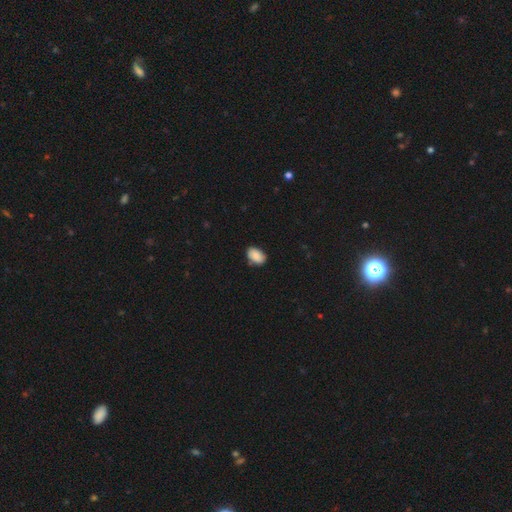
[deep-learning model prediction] The model was most divided on "merging": none: 75%, minor disturbance: 20%, major disturbance: 3%, merger: 2%. More confident: how rounded — in between (87%); smooth or featured — smooth (85%).